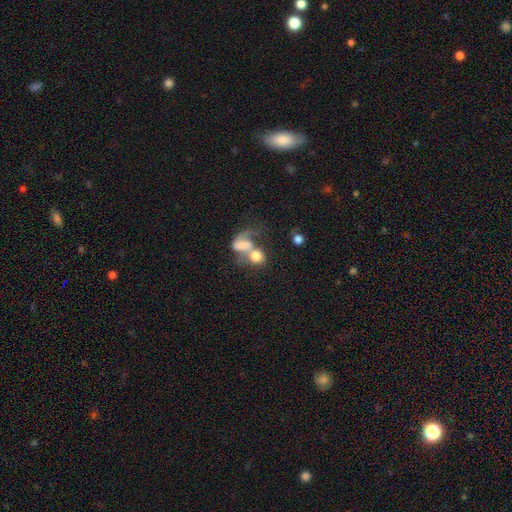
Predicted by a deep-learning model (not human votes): This appears to be a smooth galaxy with no disk features (65%) that is round (56%). Merging: merger (62%).